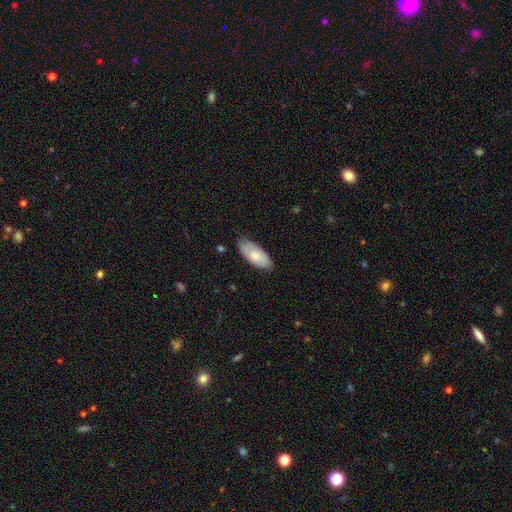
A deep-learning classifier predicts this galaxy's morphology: Overall: smooth (68%). How rounded: in between (88%). Merging: none (75%).